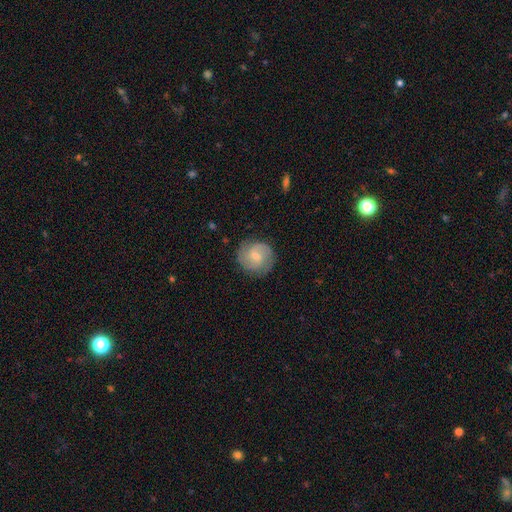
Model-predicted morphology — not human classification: This is likely a featured or disk galaxy (65%). It is clearly not viewed edge-on (98%). Bar: possibly weak (52%). Spiral arm pattern: clearly yes (92%). Spiral arm count: likely 2 (68%). Spiral winding: possibly medium (45%). Central bulge: likely small (61%). Merging: clearly none (81%).